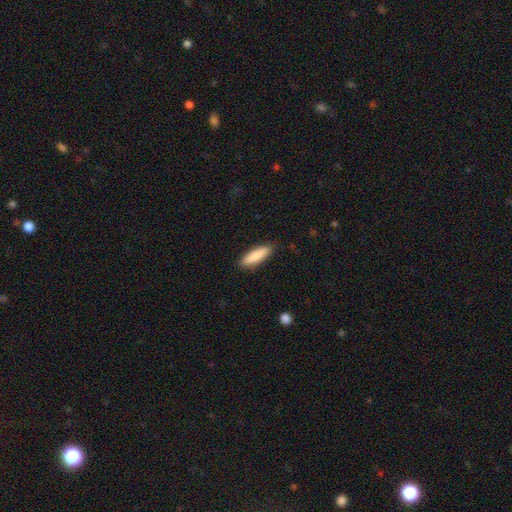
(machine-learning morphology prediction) smooth-or-featured: smooth: 85% | featured or disk: 10% | star or artifact: 5%
  how-rounded: cigar-shaped: 63% | in between: 36% | round: 1%
  merging: none: 88% | minor disturbance: 9% | major disturbance: 2% | merger: 1%